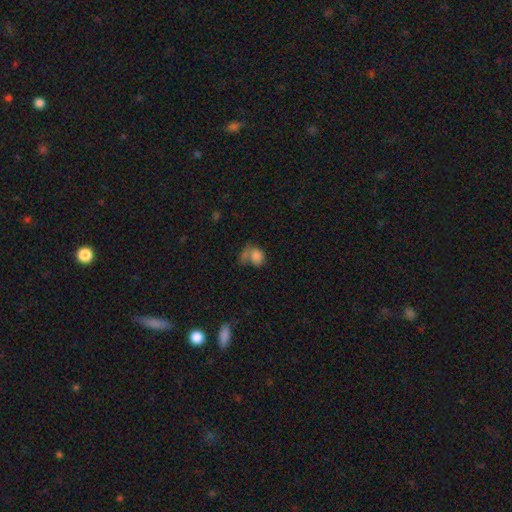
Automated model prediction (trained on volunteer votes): Smooth or featured? Predicted: smooth (p=0.78). How rounded? Predicted: in between (p=0.58). Merging? Predicted: merger (p=0.31, tied with none).